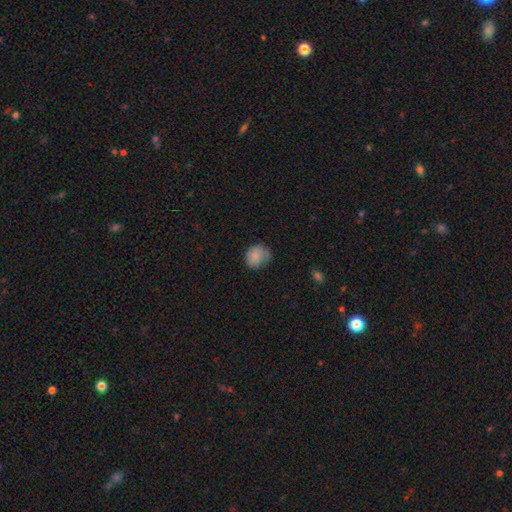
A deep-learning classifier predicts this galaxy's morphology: Smooth or featured? smooth (81%)
How rounded? round (62%)
Merging? none (58%)